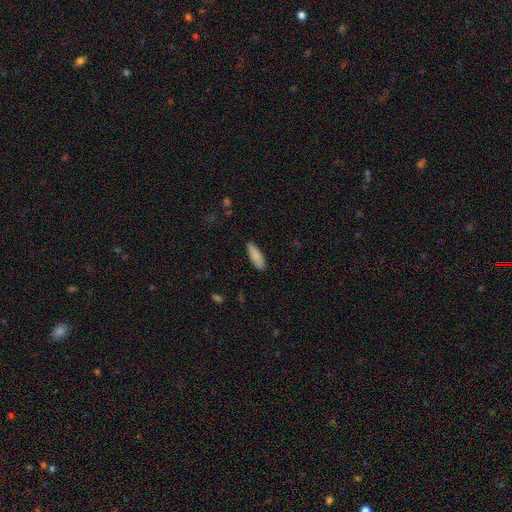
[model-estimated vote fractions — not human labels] Smooth or featured?
  - smooth: 87% *
  - featured or disk: 7%
  - star or artifact: 6%
How rounded?
  - in between: 60% *
  - cigar-shaped: 38%
  - round: 2%
Merging?
  - none: 87% *
  - minor disturbance: 10%
  - major disturbance: 2%
  - merger: 1%